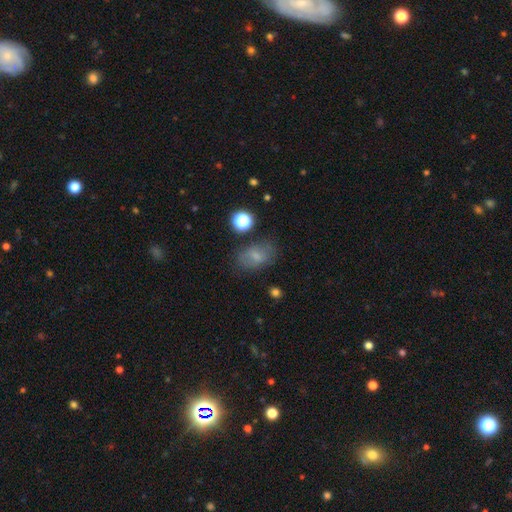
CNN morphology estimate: Smooth or featured? Predicted: smooth (p=0.67). How rounded? Predicted: in between (p=0.81). Merging? Predicted: none (p=0.68).